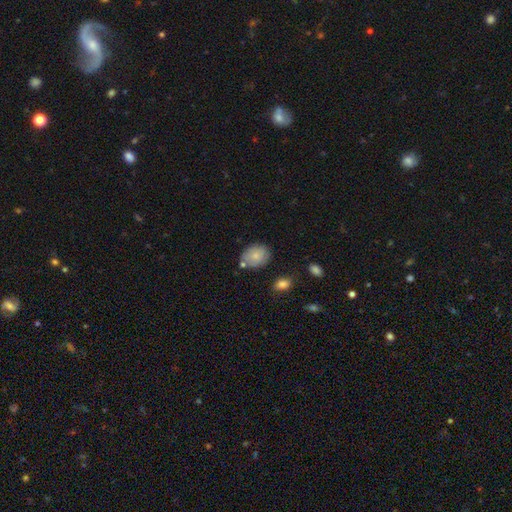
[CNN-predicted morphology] Smooth or featured? smooth (80%)
How rounded? in between (58%)
Merging? none (70%)